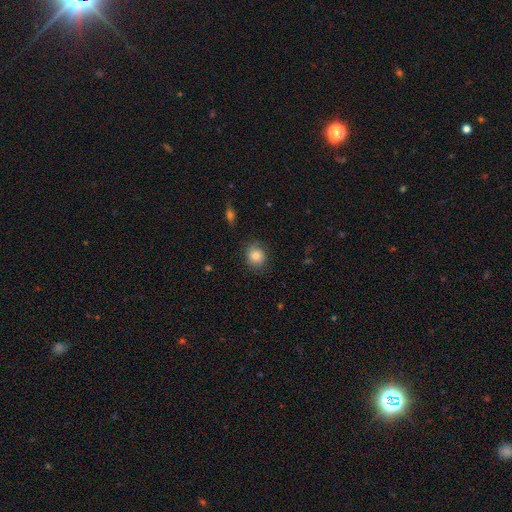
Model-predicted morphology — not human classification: This is likely a smooth galaxy (76%). How rounded: likely round (75%). Merging: likely none (74%).